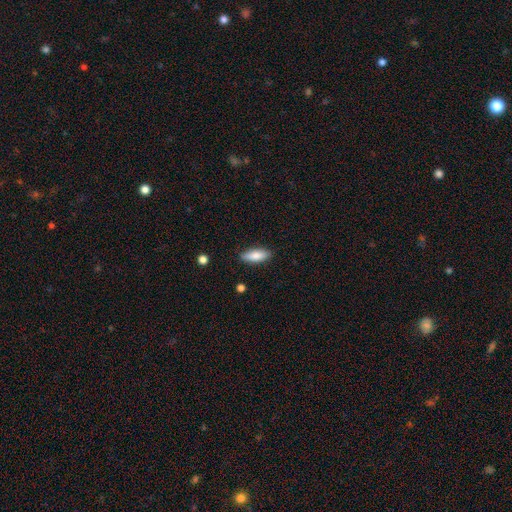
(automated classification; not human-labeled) Smooth or featured? Predicted: smooth (p=0.83). How rounded? Predicted: in between (p=0.67). Merging? Predicted: none (p=0.87).